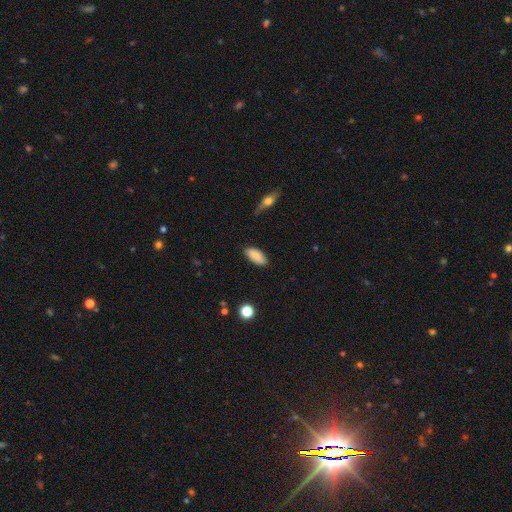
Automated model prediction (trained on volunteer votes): Overall: smooth (87%). How rounded: in between (89%). Merging: none (85%).